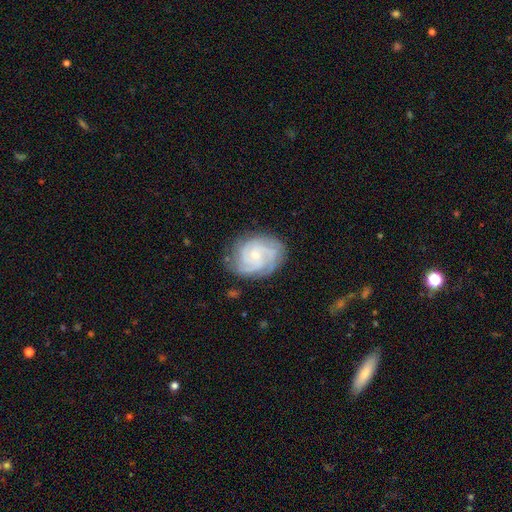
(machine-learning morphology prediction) The model was most divided on "spiral arm count": 3: 40%, 4: 17%, can't tell: 16%, 2: 15%, more than 4: 5%, 1: 5%. More confident: edge-on disk — no (98%); spiral arms — yes (98%); smooth or featured — featured or disk (86%); merging — none (77%); bulge size — small (71%); bar — no (69%); spiral winding — tight (66%).